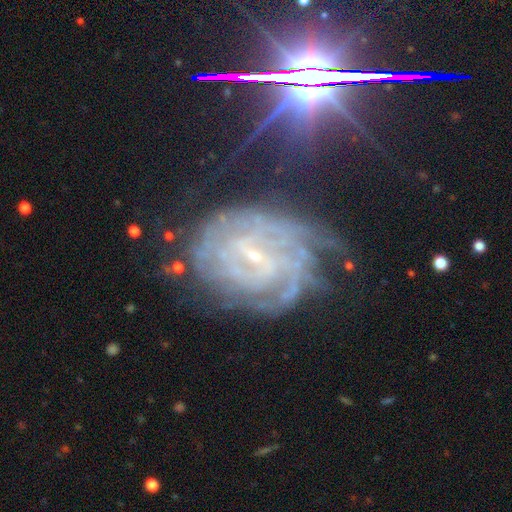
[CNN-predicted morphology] type=featured or disk (81%); edge-on=no (97%); bar=weak (48%); spiral arms=yes (94%); winding=tight (70%); arm count=can't tell (40%); bulge=small (82%); merging=none (59%).